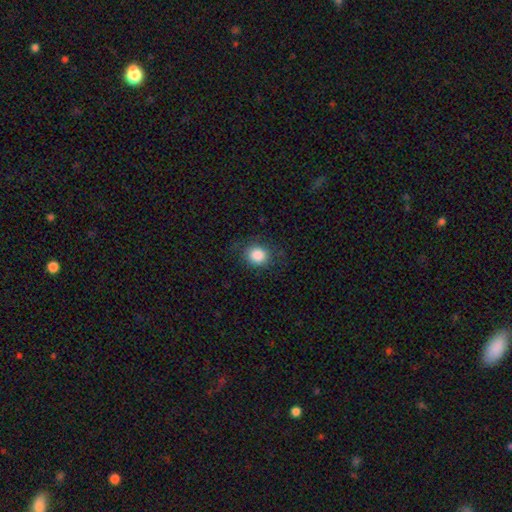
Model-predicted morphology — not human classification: Smooth or featured: smooth — 86% (star or artifact — 9%)
How rounded: round — 81% (in between — 18%)
Merging: none — 83% (minor disturbance — 12%)